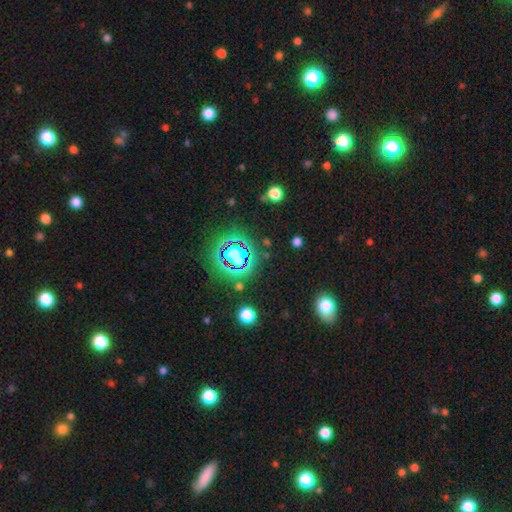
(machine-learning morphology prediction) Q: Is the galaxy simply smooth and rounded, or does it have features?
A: star or artifact — 78%.